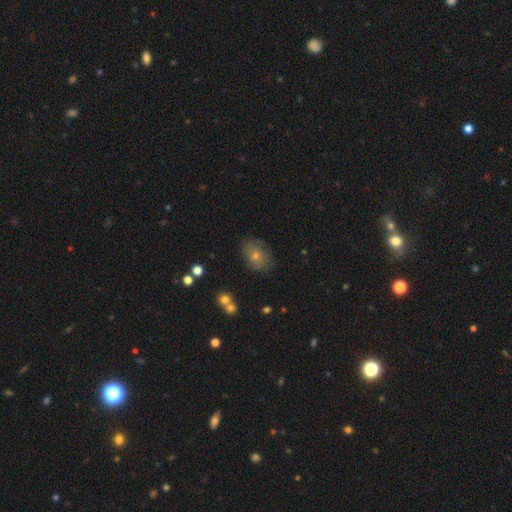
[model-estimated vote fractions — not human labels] smooth_or_featured: smooth (p=0.55) [alt: featured or disk p=0.28]
how_rounded: in between (p=0.69) [alt: round p=0.30]
merging: none (p=0.77) [alt: minor disturbance p=0.16]